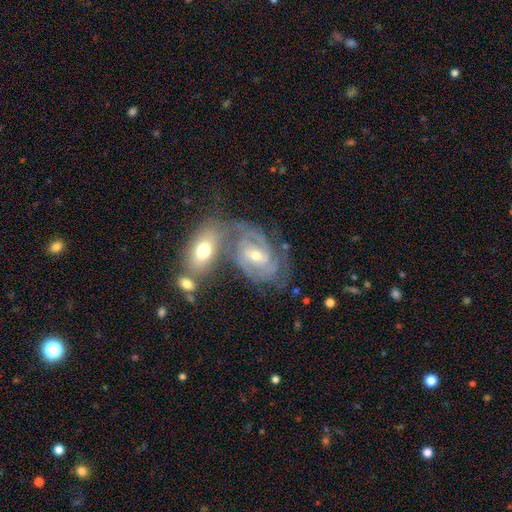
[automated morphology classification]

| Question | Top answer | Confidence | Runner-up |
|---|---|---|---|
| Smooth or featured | featured or disk | 86% | smooth (8%) |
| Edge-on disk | no | 96% | yes (4%) |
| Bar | weak | 43% | no (40%) |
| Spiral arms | yes | 95% | no (5%) |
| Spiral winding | tight | 60% | medium (33%) |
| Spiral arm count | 2 | 48% | can't tell (22%) |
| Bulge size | moderate | 53% | small (43%) |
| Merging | none | 43% | merger (33%) |